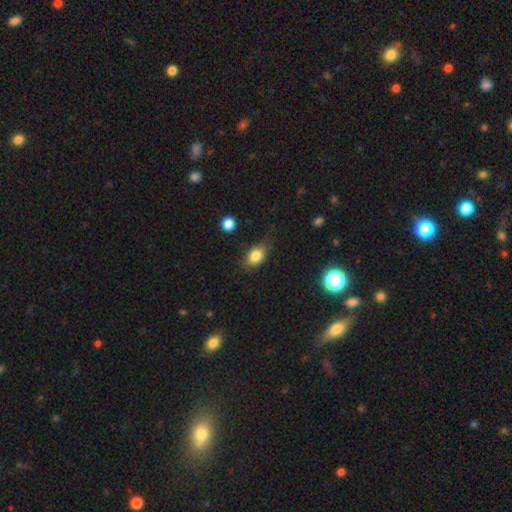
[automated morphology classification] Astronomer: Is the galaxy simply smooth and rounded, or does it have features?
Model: smooth — 81%.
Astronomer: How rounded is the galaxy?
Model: in between — 76%.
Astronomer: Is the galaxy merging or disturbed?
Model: none — 71%.